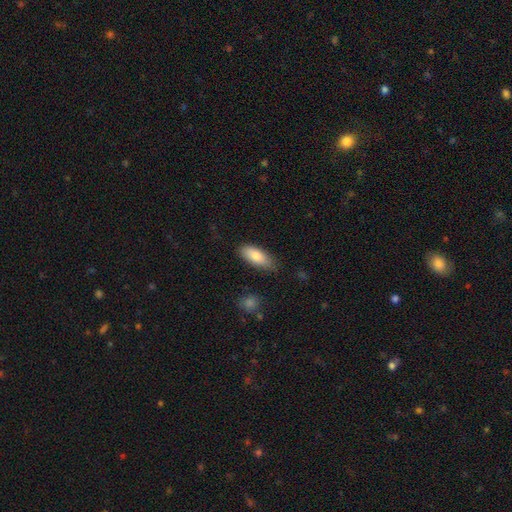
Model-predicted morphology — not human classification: smooth_or_featured: smooth (p=0.81) [alt: featured or disk p=0.13]
how_rounded: in between (p=0.82) [alt: cigar-shaped p=0.15]
merging: none (p=0.79) [alt: minor disturbance p=0.16]